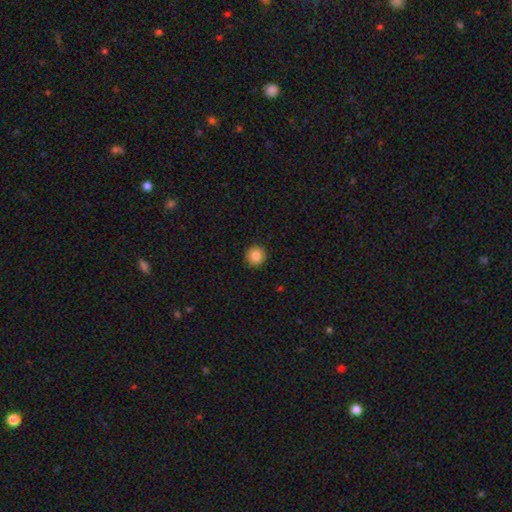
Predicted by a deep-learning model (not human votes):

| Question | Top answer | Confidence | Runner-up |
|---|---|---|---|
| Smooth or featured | smooth | 87% | star or artifact (9%) |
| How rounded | round | 96% | in between (4%) |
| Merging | none | 93% | minor disturbance (5%) |